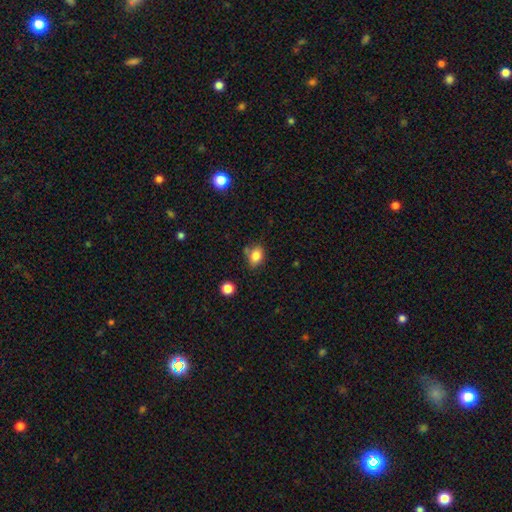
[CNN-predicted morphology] type=smooth (83%); roundness=in between (67%); merging=none (67%).